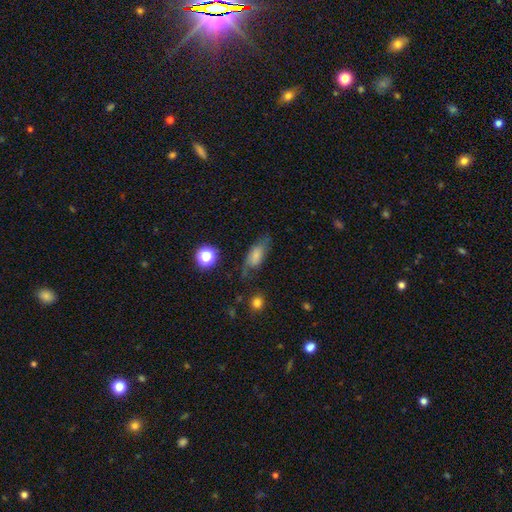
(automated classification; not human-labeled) This appears to be a smooth galaxy with no disk features (68%) that is in between round and cigar-shaped (82%). Merging: none (56%).